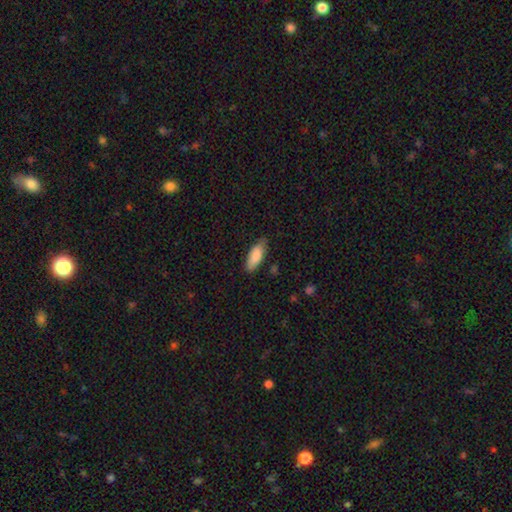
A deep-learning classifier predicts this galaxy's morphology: This appears to be a smooth galaxy with no disk features (86%) that is in between round and cigar-shaped (70%). Merging: none (77%).